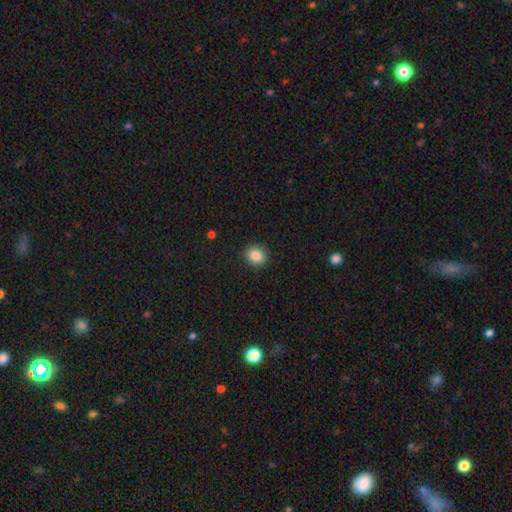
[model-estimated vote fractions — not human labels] Smooth or featured: smooth — 86% (star or artifact — 10%)
How rounded: round — 80% (in between — 19%)
Merging: none — 91% (minor disturbance — 6%)